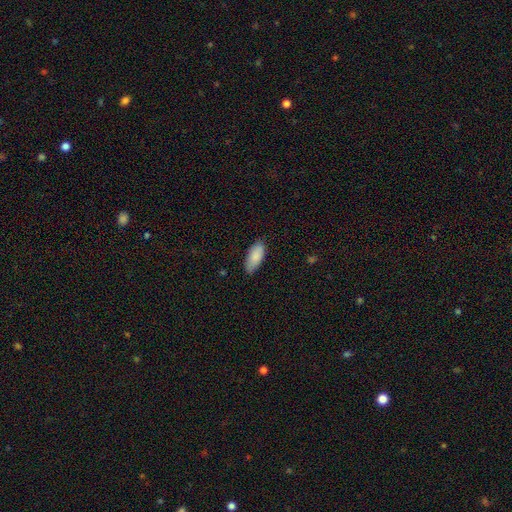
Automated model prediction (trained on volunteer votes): smooth_or_featured: smooth (p=0.88) [alt: featured or disk p=0.07]
how_rounded: in between (p=0.87) [alt: cigar-shaped p=0.12]
merging: none (p=0.81) [alt: minor disturbance p=0.16]